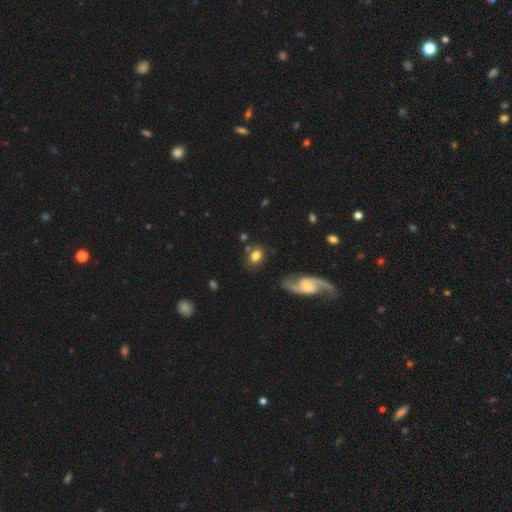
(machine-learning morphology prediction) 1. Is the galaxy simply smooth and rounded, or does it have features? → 72% smooth, 19% featured or disk, 9% star or artifact.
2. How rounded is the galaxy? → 55% in between, 43% round, 2% cigar-shaped.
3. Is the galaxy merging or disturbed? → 73% none, 15% minor disturbance, 6% merger, 6% major disturbance.